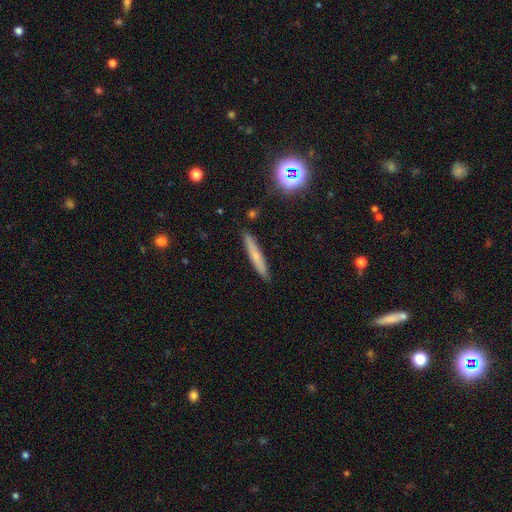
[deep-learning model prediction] smooth-or-featured: smooth: 59% | featured or disk: 31% | star or artifact: 10%
  how-rounded: cigar-shaped: 93% | in between: 5% | round: 2%
  merging: none: 89% | minor disturbance: 8% | major disturbance: 2% | merger: 1%